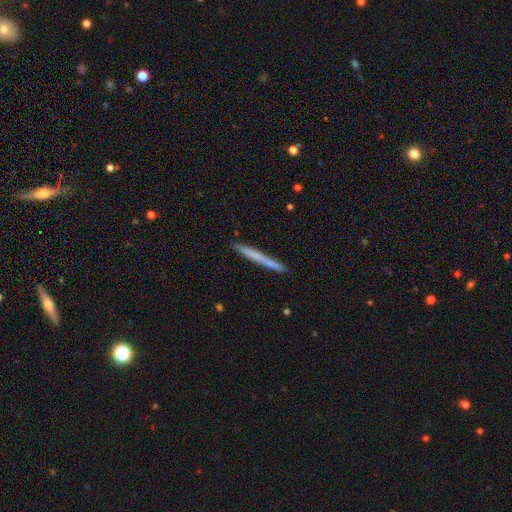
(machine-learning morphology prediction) A smooth galaxy with no disk features (63%) that is cigar-shaped (97%). Merging: none (88%).